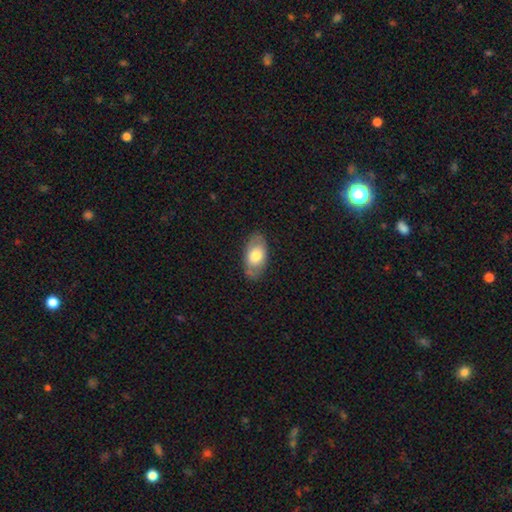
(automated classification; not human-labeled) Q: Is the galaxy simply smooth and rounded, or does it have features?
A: smooth — 66%.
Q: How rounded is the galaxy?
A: in between — 93%.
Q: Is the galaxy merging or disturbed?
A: none — 79%.